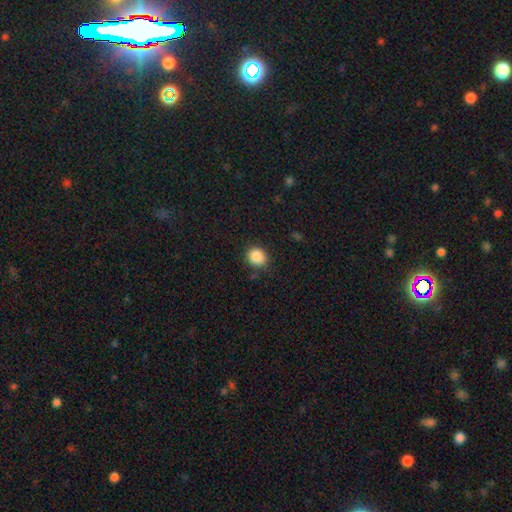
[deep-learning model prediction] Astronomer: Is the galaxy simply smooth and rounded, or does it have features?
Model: smooth — 87%.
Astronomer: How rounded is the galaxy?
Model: round — 75%.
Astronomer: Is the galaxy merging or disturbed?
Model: none — 82%.